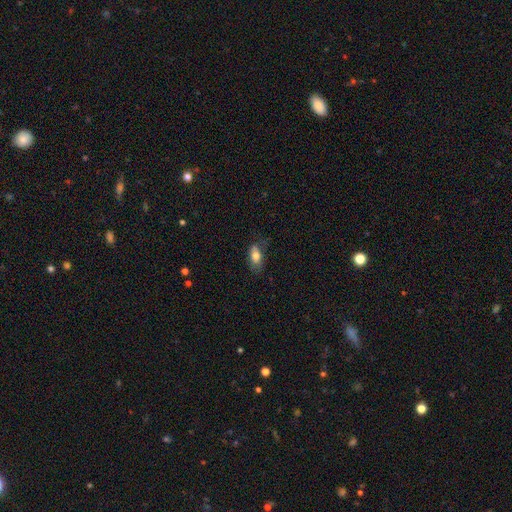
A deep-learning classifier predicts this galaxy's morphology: Smooth or featured?
  - smooth: 73% *
  - featured or disk: 20%
  - star or artifact: 8%
How rounded?
  - in between: 88% *
  - cigar-shaped: 7%
  - round: 6%
Merging?
  - none: 61% *
  - minor disturbance: 26%
  - major disturbance: 11%
  - merger: 2%